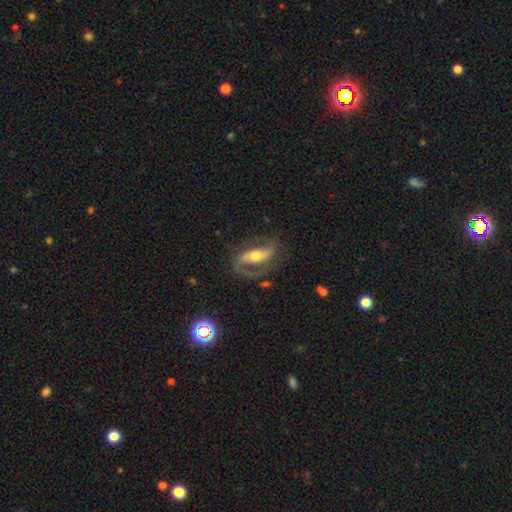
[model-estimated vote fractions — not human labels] Smooth or featured? featured or disk (85%)
Edge-on disk? no (93%)
Bar? strong (49%)
Spiral arms? yes (93%)
Spiral winding? medium (49%)
Spiral arm count? 2 (85%)
Bulge size? moderate (67%)
Merging? none (70%)